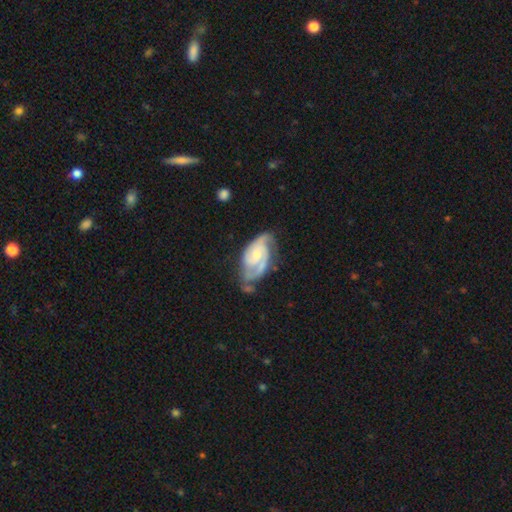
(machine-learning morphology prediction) A featured or disk galaxy (87%) with no bar (55%), 2 (67%) tight (47%) spiral arms (97%) and a small central bulge (46%).

Vote fractions:
- Smooth or featured? featured or disk: 87% / smooth: 8% / star or artifact: 4%
- Edge-on disk? no: 97% / yes: 3%
- Bar? no: 55% / weak: 37% / strong: 8%
- Spiral arms? yes: 97% / no: 3%
- Spiral winding? tight: 47% / medium: 44% / loose: 9%
- Spiral arm count? 2: 67% / 3: 18% / can't tell: 7% / 1: 3% / 4: 2% / more than 4: 2%
- Bulge size? small: 46% / moderate: 44% / none: 5% / large: 3% / dominant: 1%
- Merging? none: 58% / minor disturbance: 26% / major disturbance: 12% / merger: 4%